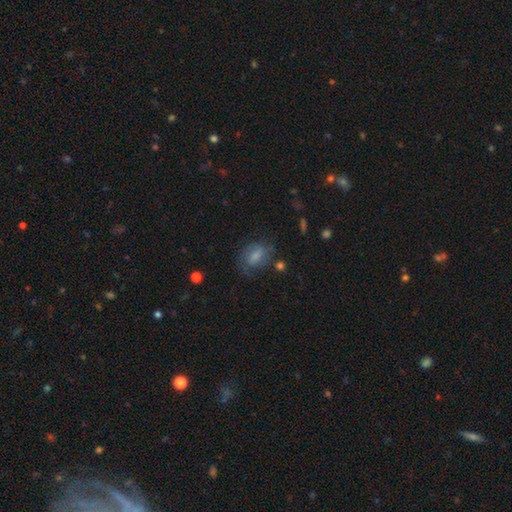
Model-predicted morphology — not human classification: smooth-or-featured: smooth: 58% | featured or disk: 32% | star or artifact: 11%
  how-rounded: in between: 75% | round: 22% | cigar-shaped: 3%
  merging: none: 57% | minor disturbance: 24% | major disturbance: 16% | merger: 3%